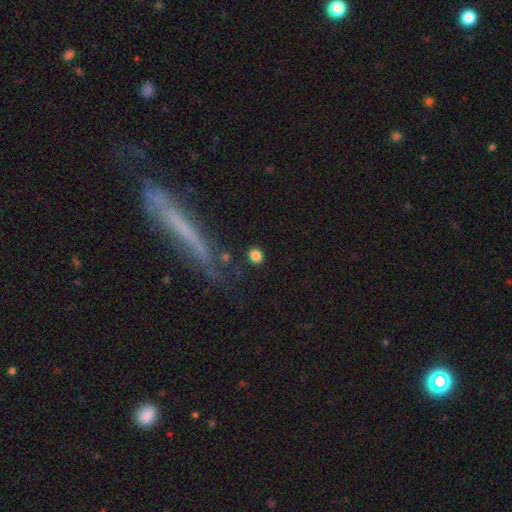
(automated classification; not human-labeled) Smooth or featured: smooth — 84% (star or artifact — 10%)
How rounded: round — 75% (in between — 23%)
Merging: none — 84% (minor disturbance — 8%)